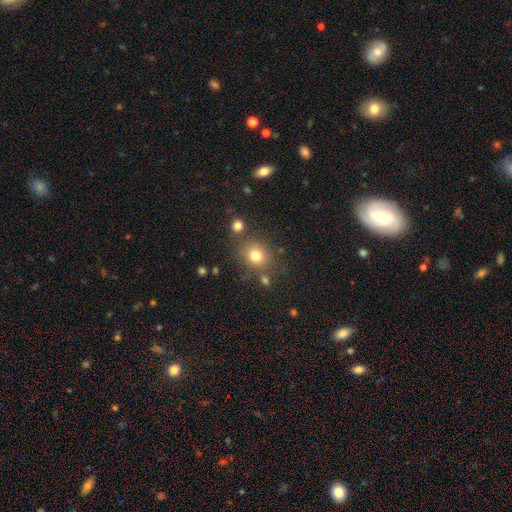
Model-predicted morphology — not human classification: smooth-or-featured: smooth: 77% | star or artifact: 15% | featured or disk: 9%
  how-rounded: round: 78% | in between: 21% | cigar-shaped: 1%
  merging: none: 76% | minor disturbance: 11% | merger: 8% | major disturbance: 4%